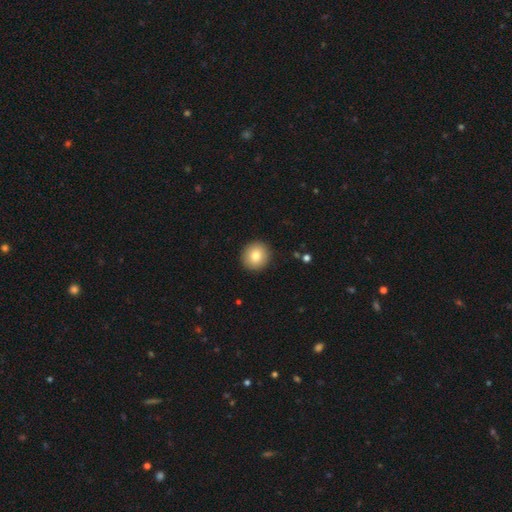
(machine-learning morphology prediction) smooth-or-featured: smooth: 82% | featured or disk: 10% | star or artifact: 8%
  how-rounded: round: 91% | in between: 8% | cigar-shaped: 1%
  merging: none: 92% | minor disturbance: 5% | major disturbance: 2% | merger: 1%